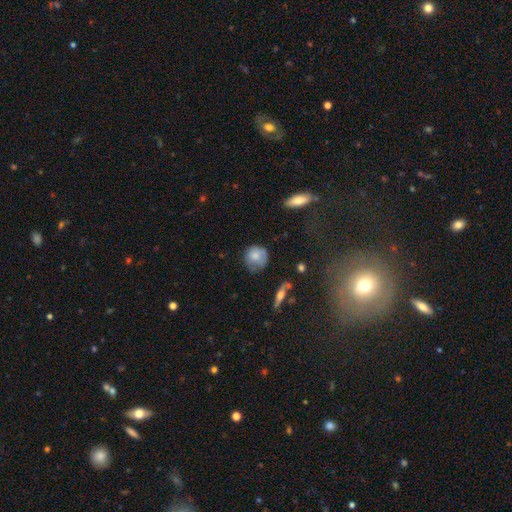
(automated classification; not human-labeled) smooth_or_featured: smooth (p=0.74) [alt: featured or disk p=0.18]
how_rounded: round (p=0.83) [alt: in between p=0.15]
merging: none (p=0.55) [alt: minor disturbance p=0.32]